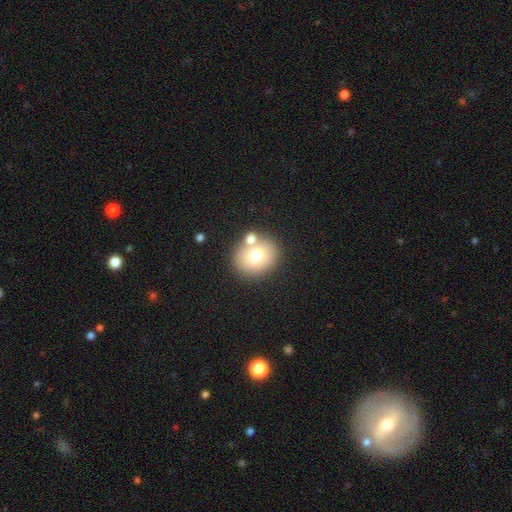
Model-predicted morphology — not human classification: A smooth galaxy with no disk features (72%) that is round (74%).

Vote fractions:
- Smooth or featured? smooth: 72% / featured or disk: 17% / star or artifact: 11%
- How rounded? round: 74% / in between: 25% / cigar-shaped: 1%
- Merging? none: 68% / merger: 19% / minor disturbance: 10% / major disturbance: 3%